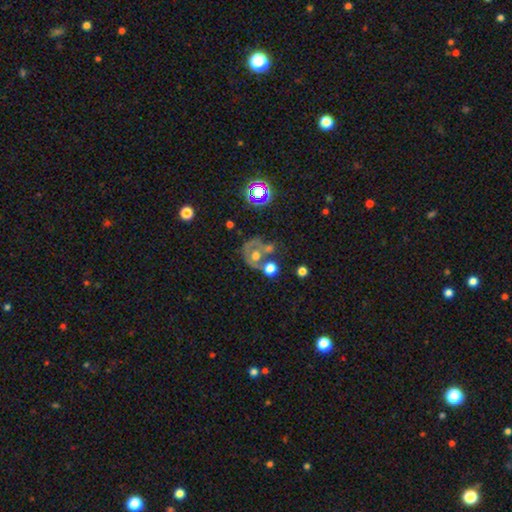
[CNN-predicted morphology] smooth-or-featured: featured or disk: 48% | smooth: 37% | star or artifact: 15%
  merging: merger: 34% | none: 32% | major disturbance: 19% | minor disturbance: 15%